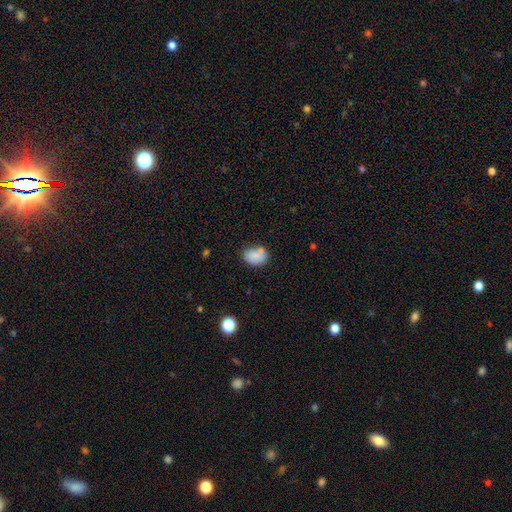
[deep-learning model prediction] This appears to be a smooth galaxy with no disk features (82%) that is in between round and cigar-shaped (73%). Merging: none (60%).